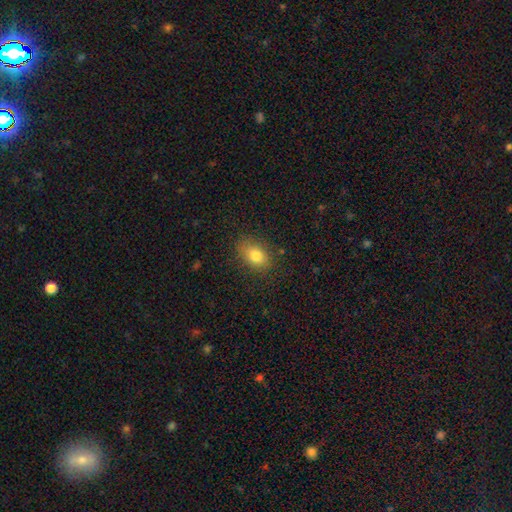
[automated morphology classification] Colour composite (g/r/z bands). It shows a smooth galaxy with no disk features (79%) that is in between round and cigar-shaped (79%). Merging: none (82%).